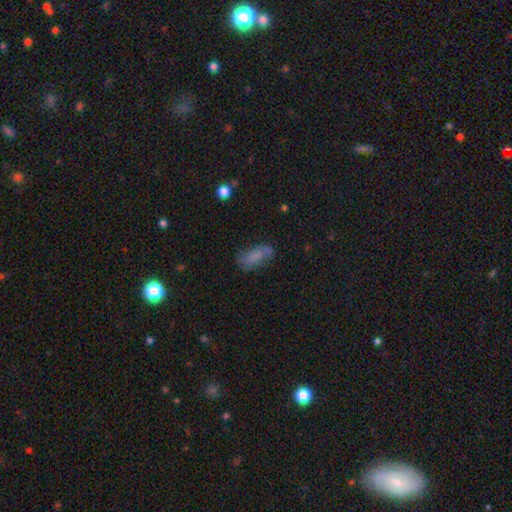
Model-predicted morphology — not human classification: Overall: smooth (60%; featured or disk 29%). How rounded: in between (77%). Merging: none (58%; minor disturbance 26%).